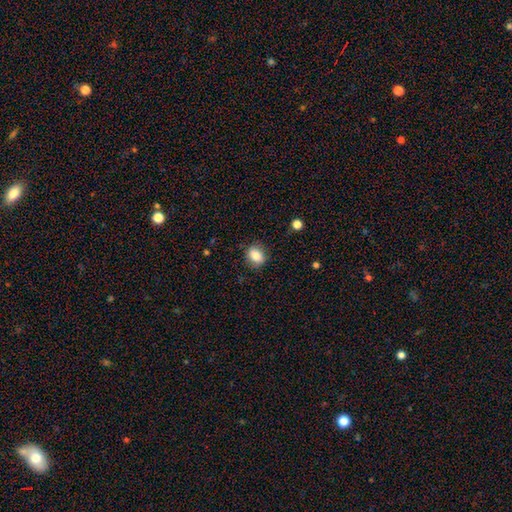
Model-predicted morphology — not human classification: Smooth or featured: smooth — 84% (star or artifact — 9%)
How rounded: round — 53% (in between — 46%)
Merging: none — 84% (minor disturbance — 12%)